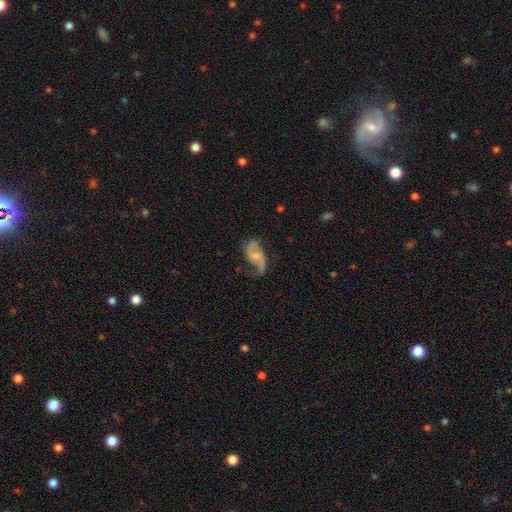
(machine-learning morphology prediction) This appears to be a featured or disk galaxy (74%) with no bar (49%), 2 (84%) loose (63%) spiral arms (92%) and a small central bulge (37%). Merging: none (54%).